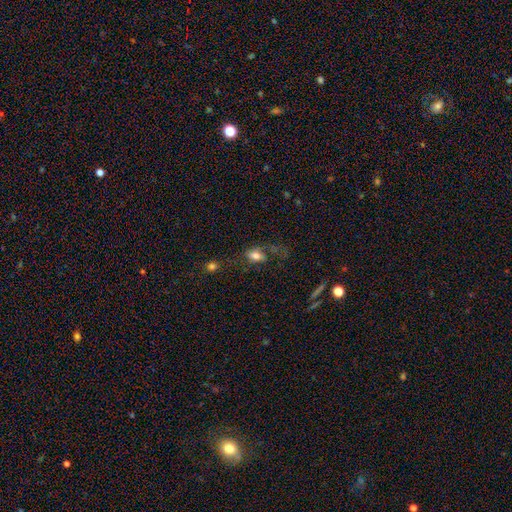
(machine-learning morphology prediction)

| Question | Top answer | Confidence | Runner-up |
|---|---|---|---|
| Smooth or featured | smooth | 72% | featured or disk (18%) |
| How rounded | in between | 82% | round (14%) |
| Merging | none | 41% | major disturbance (31%) |